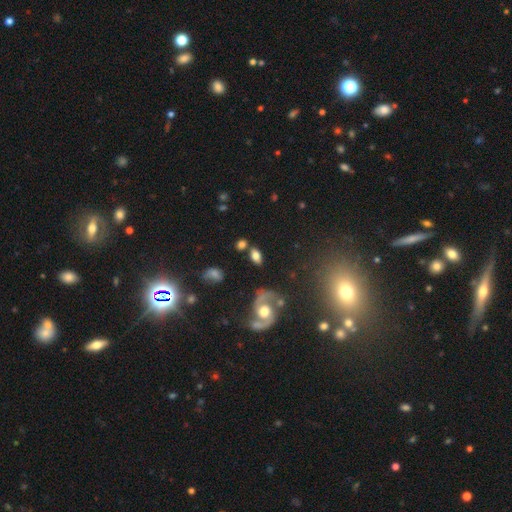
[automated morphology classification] smooth 66%, featured or disk 24%, star or artifact 10%. Down the decision tree: how rounded — in between (87%); merging — none (70%).